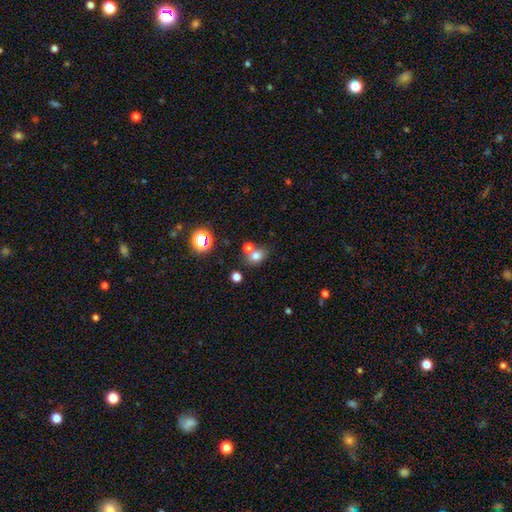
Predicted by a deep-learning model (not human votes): A smooth galaxy with no disk features (74%) that is round (55%).

Vote fractions:
- Smooth or featured? smooth: 74% / star or artifact: 16% / featured or disk: 10%
- How rounded? round: 55% / in between: 44% / cigar-shaped: 1%
- Merging? none: 53% / merger: 32% / minor disturbance: 10% / major disturbance: 4%